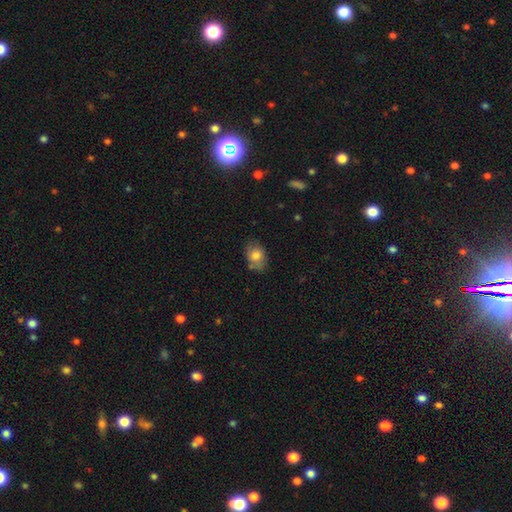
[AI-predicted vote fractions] A smooth galaxy with no disk features (77%) that is in between round and cigar-shaped (75%).

Vote fractions:
- Smooth or featured? smooth: 77% / featured or disk: 15% / star or artifact: 8%
- How rounded? in between: 75% / round: 24% / cigar-shaped: 1%
- Merging? none: 67% / minor disturbance: 23% / major disturbance: 5% / merger: 5%